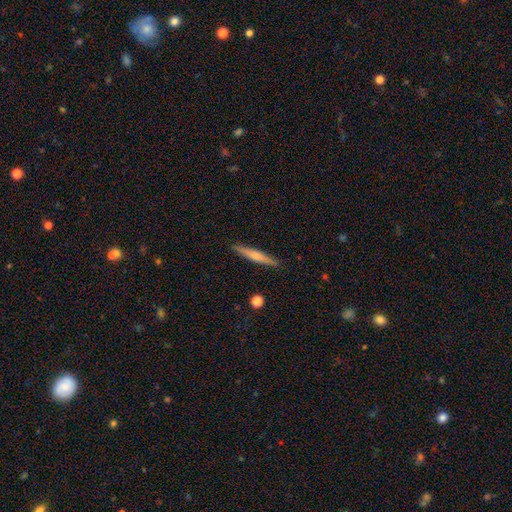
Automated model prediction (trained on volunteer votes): Overall: smooth (60%; featured or disk 35%). How rounded: cigar-shaped (94%). Merging: none (90%).